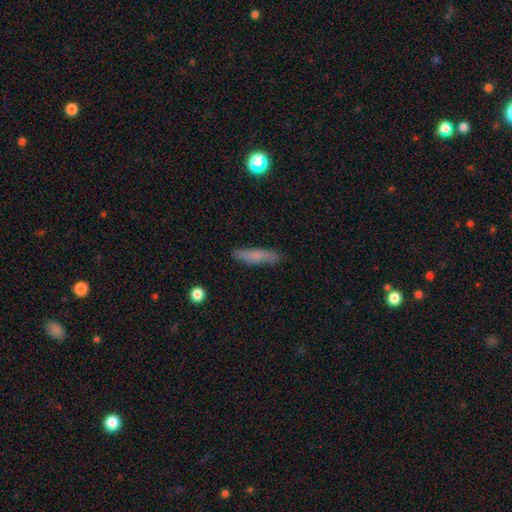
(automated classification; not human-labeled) smooth-or-featured: smooth: 71% | featured or disk: 22% | star or artifact: 7%
  how-rounded: cigar-shaped: 82% | in between: 16% | round: 2%
  merging: none: 85% | minor disturbance: 11% | major disturbance: 2% | merger: 1%